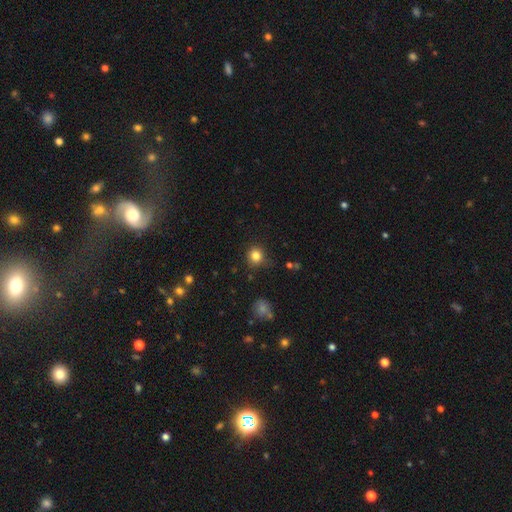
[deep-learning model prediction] smooth 82%, star or artifact 13%, featured or disk 5%. Down the decision tree: how rounded — round (91%); merging — none (83%).